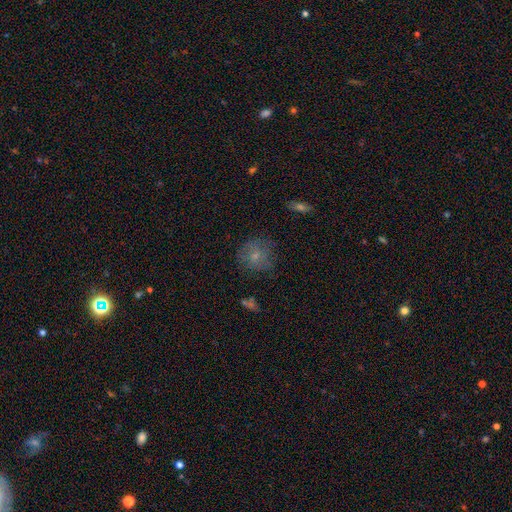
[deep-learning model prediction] A smooth galaxy with no disk features (70%) that is round (83%). Merging: none (69%).